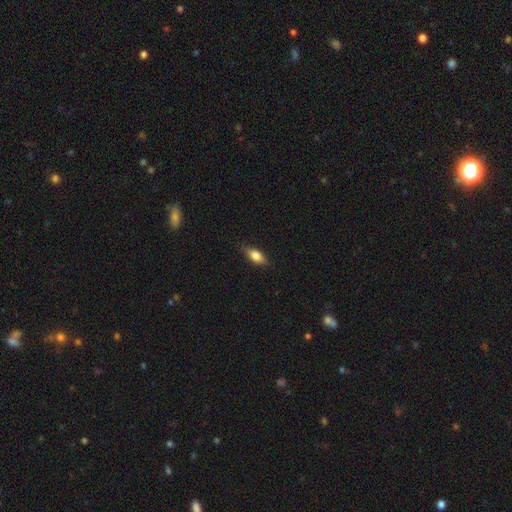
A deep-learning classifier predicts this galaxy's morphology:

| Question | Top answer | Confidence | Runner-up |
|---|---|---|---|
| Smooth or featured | smooth | 76% | featured or disk (16%) |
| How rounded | in between | 81% | cigar-shaped (14%) |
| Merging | none | 82% | minor disturbance (15%) |